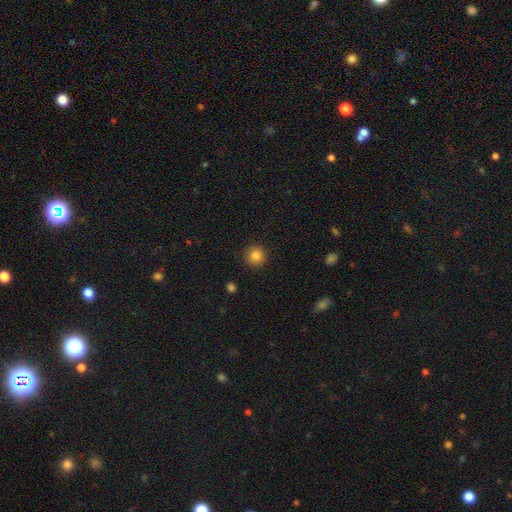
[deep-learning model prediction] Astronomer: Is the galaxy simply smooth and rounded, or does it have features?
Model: smooth — 84%.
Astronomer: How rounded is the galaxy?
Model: round — 94%.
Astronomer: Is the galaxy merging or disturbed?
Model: none — 91%.